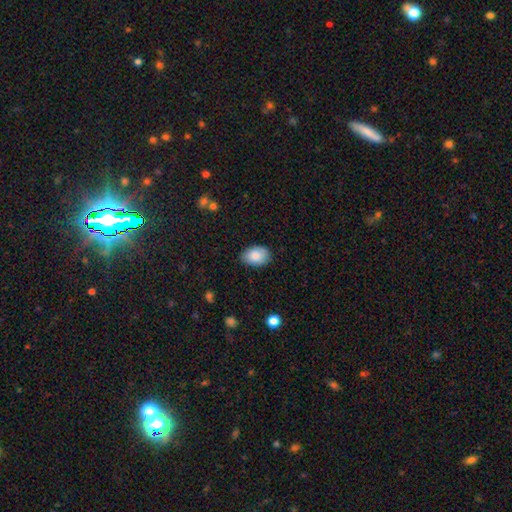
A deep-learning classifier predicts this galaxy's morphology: Smooth or featured? Predicted: smooth (p=0.85). How rounded? Predicted: in between (p=0.85). Merging? Predicted: none (p=0.81).